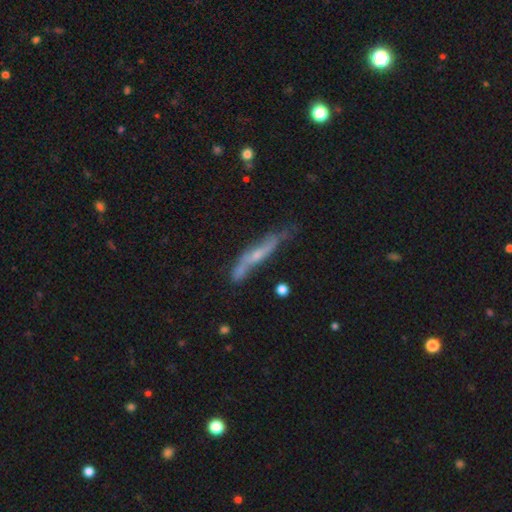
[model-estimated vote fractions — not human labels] A featured or disk galaxy (56%) viewed edge-on (68%).

Vote fractions:
- Smooth or featured? featured or disk: 56% / smooth: 37% / star or artifact: 7%
- Edge-on disk? yes: 68% / no: 32%
- Merging? none: 51% / minor disturbance: 28% / major disturbance: 11% / merger: 10%